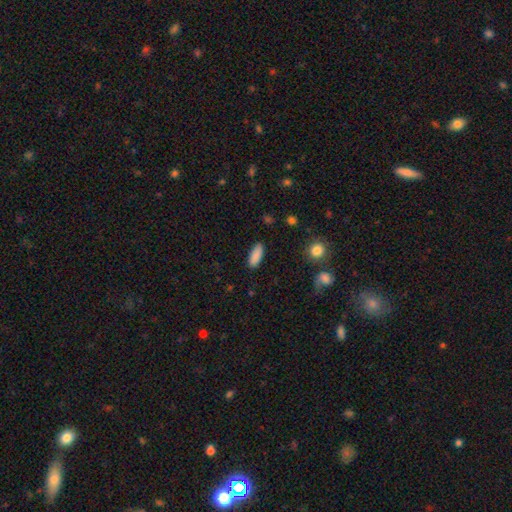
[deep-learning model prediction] This is clearly a smooth galaxy (88%). How rounded: likely in between (72%). Merging: clearly none (88%).